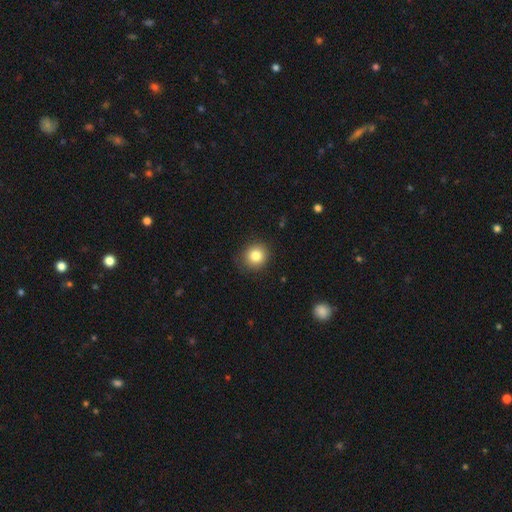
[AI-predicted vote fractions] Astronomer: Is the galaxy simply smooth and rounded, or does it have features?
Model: smooth — 84%.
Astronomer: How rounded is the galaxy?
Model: round — 88%.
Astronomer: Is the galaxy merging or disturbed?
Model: none — 86%.